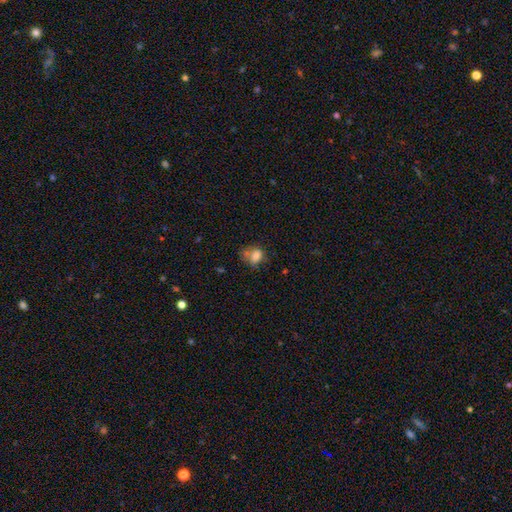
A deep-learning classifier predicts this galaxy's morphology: The model was most divided on "how rounded": in between: 51%, round: 47%, cigar-shaped: 1%. Remaining: smooth or featured — smooth (75%); merging — none (39%).